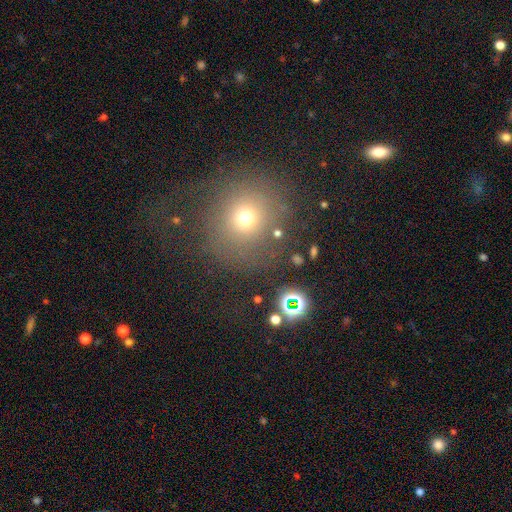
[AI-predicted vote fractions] A smooth galaxy with no disk features (58%) that is round (89%). Merging: none (69%).